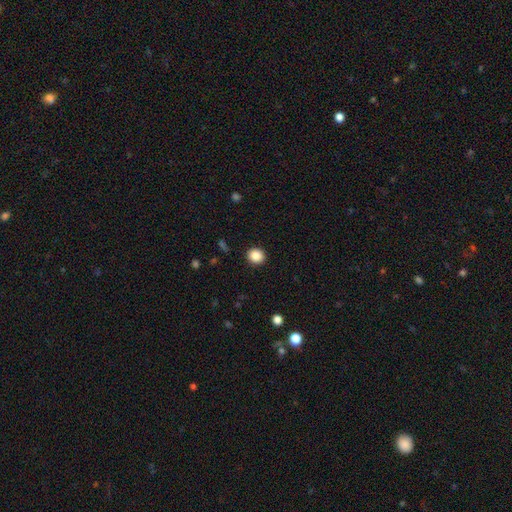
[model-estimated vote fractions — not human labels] Smooth or featured?
  - smooth: 88% *
  - star or artifact: 9%
  - featured or disk: 3%
How rounded?
  - round: 80% *
  - in between: 20%
  - cigar-shaped: 1%
Merging?
  - none: 91% *
  - minor disturbance: 6%
  - major disturbance: 2%
  - merger: 1%